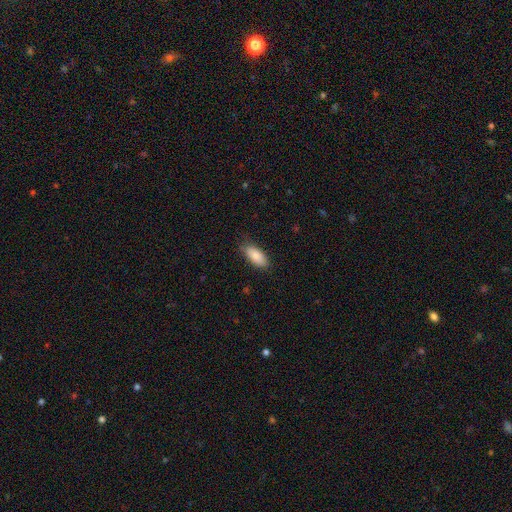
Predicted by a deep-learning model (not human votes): Smooth or featured? Predicted: smooth (p=0.86). How rounded? Predicted: in between (p=0.86). Merging? Predicted: none (p=0.77).